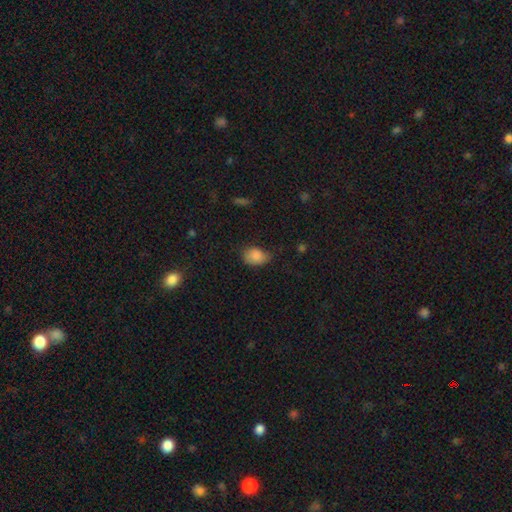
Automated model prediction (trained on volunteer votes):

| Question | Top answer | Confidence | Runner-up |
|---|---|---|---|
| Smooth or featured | smooth | 86% | star or artifact (8%) |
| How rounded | in between | 76% | round (23%) |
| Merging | none | 56% | minor disturbance (34%) |